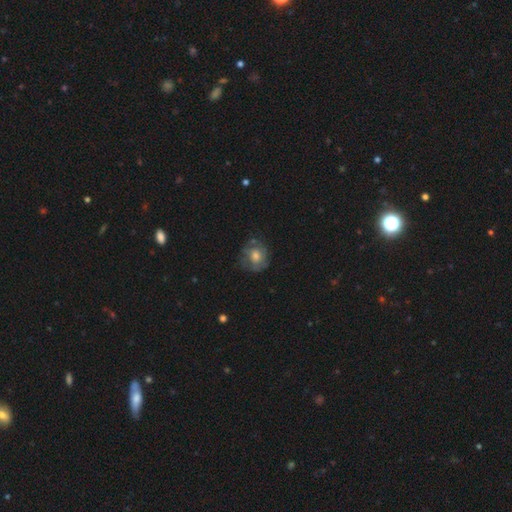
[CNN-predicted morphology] This is marginally a smooth galaxy (45%). Merging: likely none (69%).